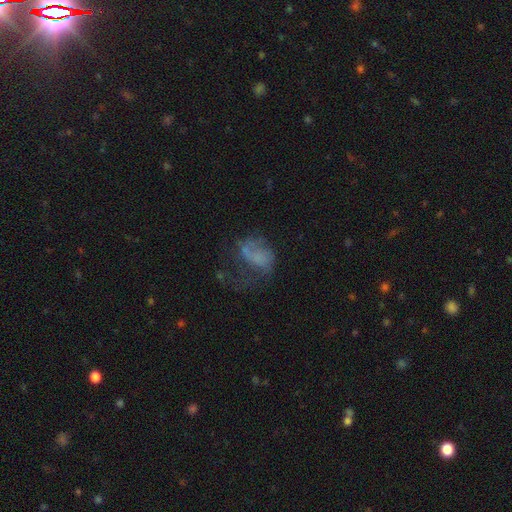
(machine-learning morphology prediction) This is marginally a featured or disk galaxy (43%). Merging: possibly major disturbance (47%).